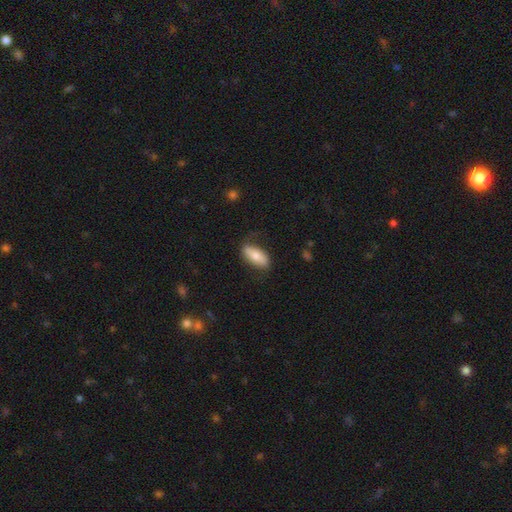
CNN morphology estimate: Smooth or featured?
  - smooth: 70% *
  - featured or disk: 24%
  - star or artifact: 6%
How rounded?
  - in between: 81% *
  - cigar-shaped: 16%
  - round: 3%
Merging?
  - none: 71% *
  - minor disturbance: 21%
  - major disturbance: 6%
  - merger: 2%